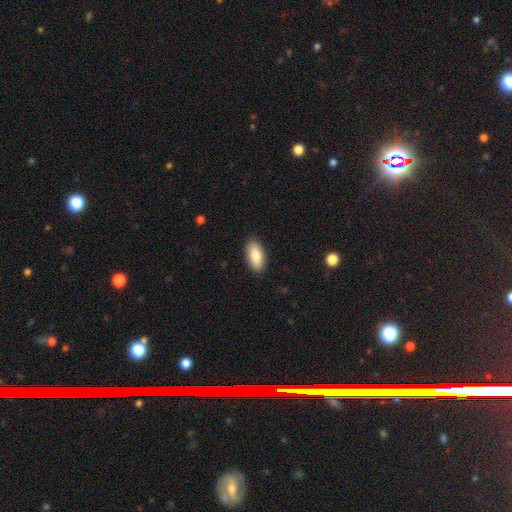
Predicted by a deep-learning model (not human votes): smooth_or_featured: smooth (p=0.84) [alt: featured or disk p=0.10]
how_rounded: in between (p=0.90) [alt: cigar-shaped p=0.08]
merging: none (p=0.89) [alt: minor disturbance p=0.08]